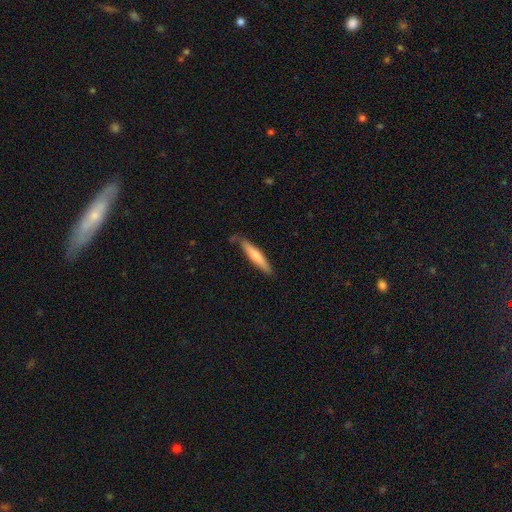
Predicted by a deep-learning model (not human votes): Smooth or featured?
  - smooth: 65% *
  - featured or disk: 30%
  - star or artifact: 5%
How rounded?
  - cigar-shaped: 89% *
  - in between: 9%
  - round: 1%
Merging?
  - none: 76% *
  - minor disturbance: 19%
  - major disturbance: 3%
  - merger: 3%